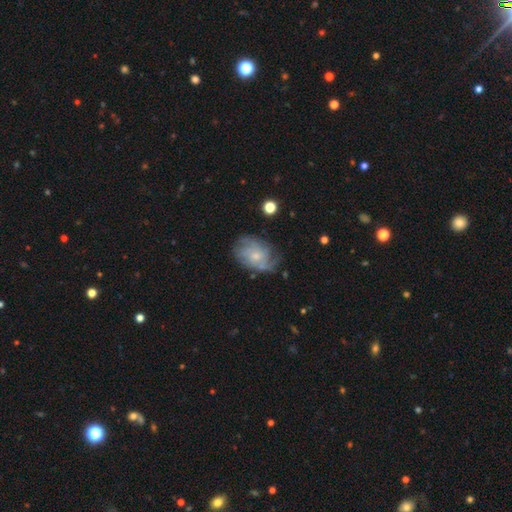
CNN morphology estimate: A featured or disk galaxy (70%) with no bar (75%), tight (43%) spiral arms (88%) and a small central bulge (60%).

Vote fractions:
- Smooth or featured? featured or disk: 70% / smooth: 23% / star or artifact: 7%
- Edge-on disk? no: 97% / yes: 3%
- Bar? no: 75% / weak: 23% / strong: 2%
- Spiral arms? yes: 88% / no: 12%
- Spiral winding? tight: 43% / medium: 39% / loose: 18%
- Spiral arm count? can't tell: 44% / 2: 17% / 3: 17% / 4: 11% / more than 4: 6% / 1: 6%
- Bulge size? small: 60% / moderate: 32% / none: 6% / large: 2% / dominant: 1%
- Merging? none: 64% / minor disturbance: 23% / major disturbance: 11% / merger: 2%